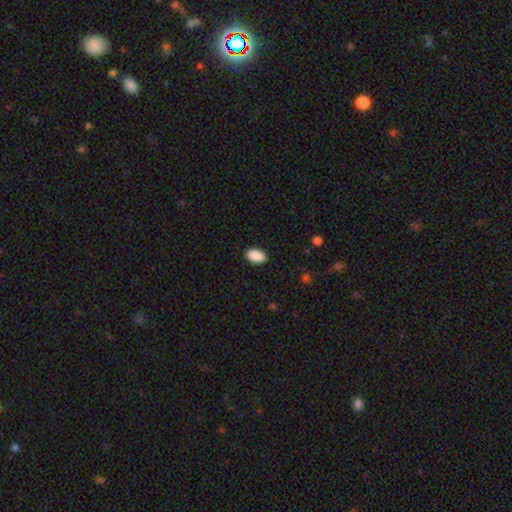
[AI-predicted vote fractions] smooth 91%, star or artifact 7%, featured or disk 3%. Down the decision tree: how rounded — in between (93%); merging — none (89%).